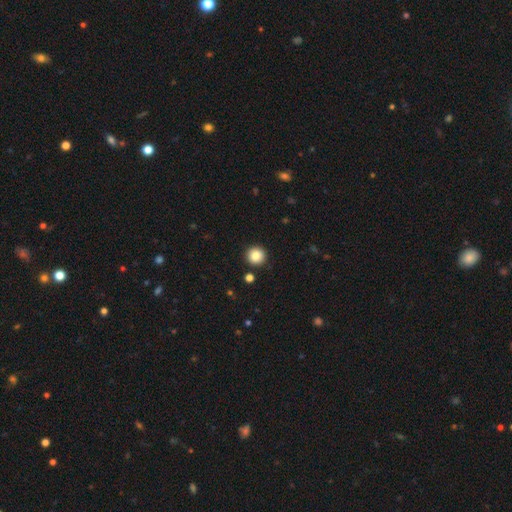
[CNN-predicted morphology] smooth_or_featured: smooth (p=0.85) [alt: star or artifact p=0.10]
how_rounded: round (p=0.95) [alt: in between p=0.04]
merging: none (p=0.92) [alt: minor disturbance p=0.05]